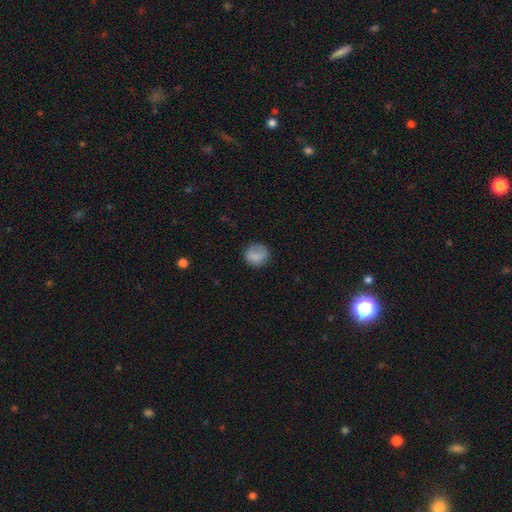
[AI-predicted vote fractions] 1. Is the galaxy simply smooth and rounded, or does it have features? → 83% smooth, 9% featured or disk, 8% star or artifact.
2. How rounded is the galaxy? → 85% round, 14% in between, 1% cigar-shaped.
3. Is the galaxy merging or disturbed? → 76% none, 17% minor disturbance, 5% major disturbance, 1% merger.